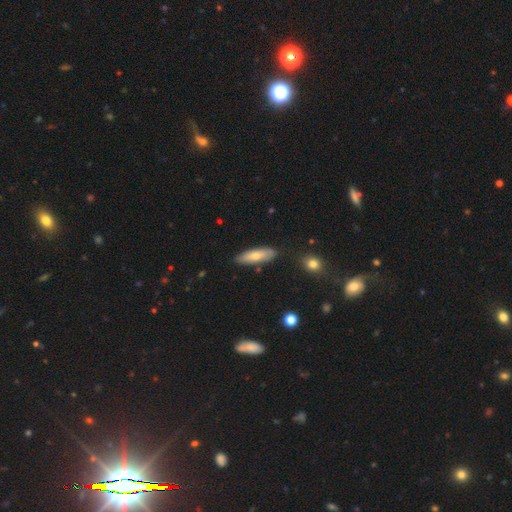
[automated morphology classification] type=smooth (68%); roundness=cigar-shaped (51%); merging=none (84%).